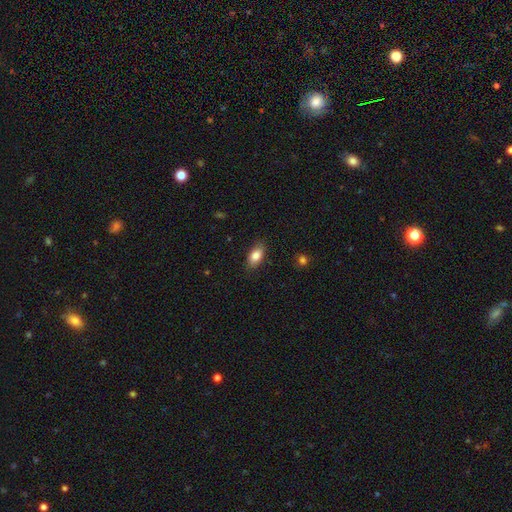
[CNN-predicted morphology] smooth_or_featured: smooth (p=0.85) [alt: featured or disk p=0.08]
how_rounded: in between (p=0.90) [alt: round p=0.06]
merging: none (p=0.85) [alt: minor disturbance p=0.12]